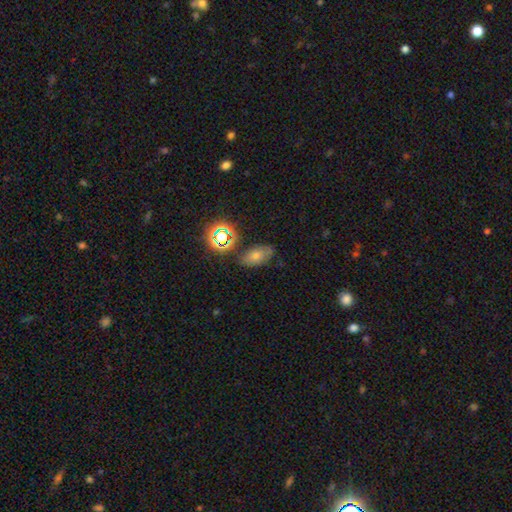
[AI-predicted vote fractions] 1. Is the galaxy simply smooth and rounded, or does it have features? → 44% smooth, 34% star or artifact, 21% featured or disk.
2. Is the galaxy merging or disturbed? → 75% none, 15% minor disturbance, 5% merger, 5% major disturbance.